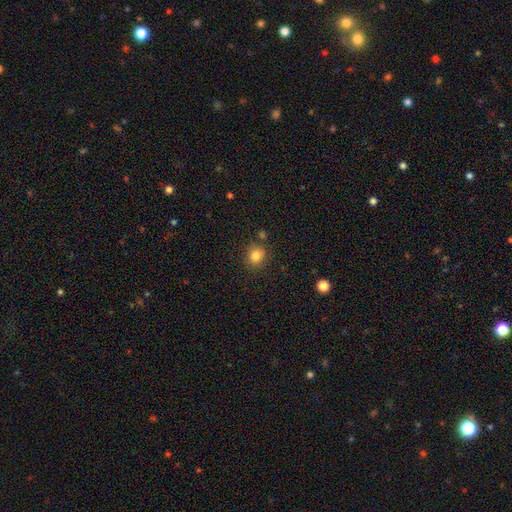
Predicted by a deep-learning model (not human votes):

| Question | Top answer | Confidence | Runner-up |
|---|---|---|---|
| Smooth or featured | smooth | 83% | star or artifact (11%) |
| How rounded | round | 79% | in between (20%) |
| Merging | none | 82% | minor disturbance (10%) |